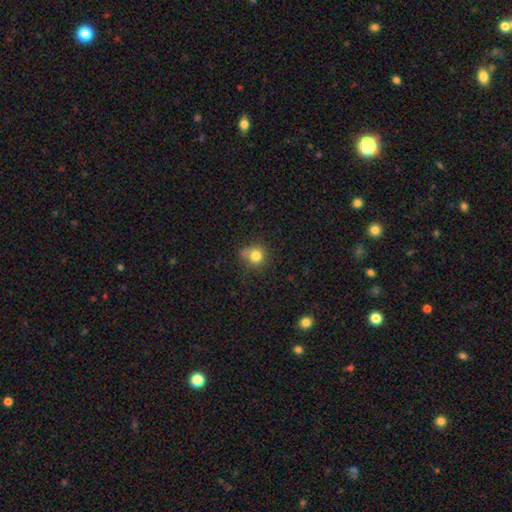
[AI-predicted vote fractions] The model was most divided on "merging": none: 62%, minor disturbance: 23%, merger: 8%, major disturbance: 7%. More confident: how rounded — round (85%); smooth or featured — smooth (81%).